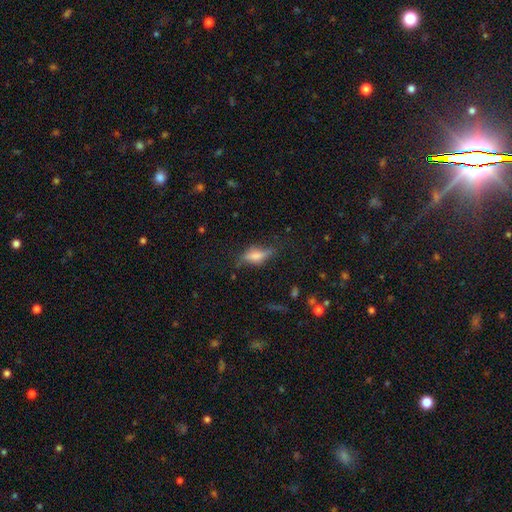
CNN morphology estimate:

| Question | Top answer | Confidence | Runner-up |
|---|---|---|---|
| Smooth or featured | smooth | 45% | featured or disk (44%) |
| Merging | none | 63% | minor disturbance (24%) |